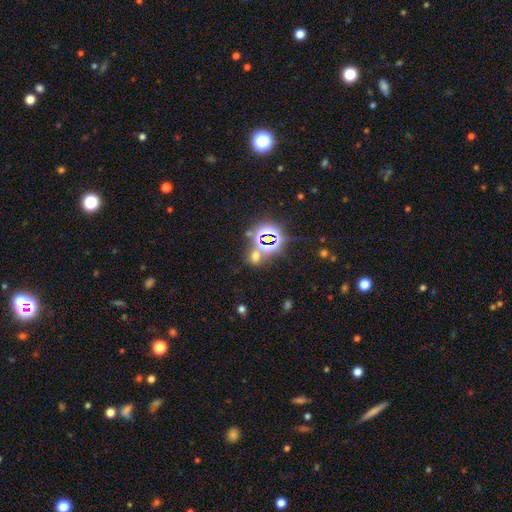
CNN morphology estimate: A star or artifact, not a galaxy (56%).